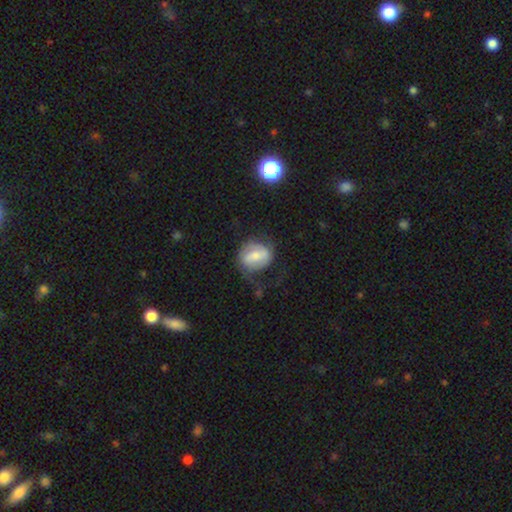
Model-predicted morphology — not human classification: A featured or disk galaxy (50%).

Vote fractions:
- Smooth or featured? featured or disk: 50% / smooth: 43% / star or artifact: 7%
- Merging? none: 45% / major disturbance: 28% / minor disturbance: 25% / merger: 2%